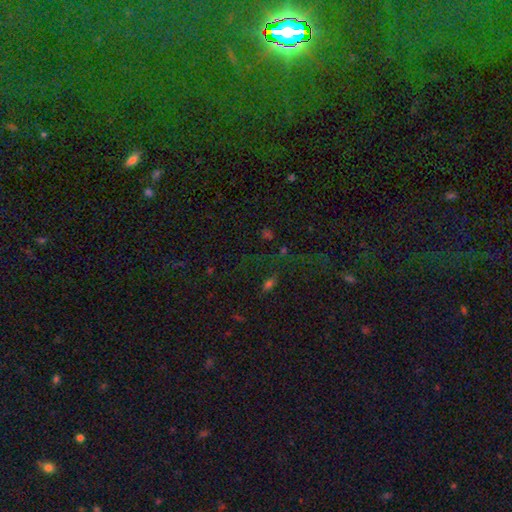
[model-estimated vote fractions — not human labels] This is likely a star or artifact rather than a galaxy (73%).